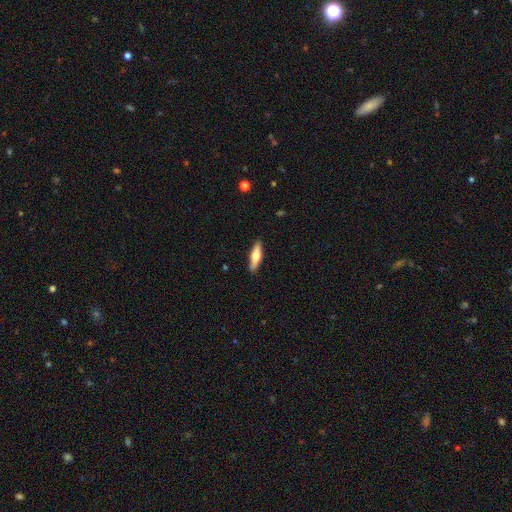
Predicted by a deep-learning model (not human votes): Smooth or featured: smooth — 54% (featured or disk — 41%)
How rounded: cigar-shaped — 63% (in between — 35%)
Merging: none — 87% (minor disturbance — 10%)